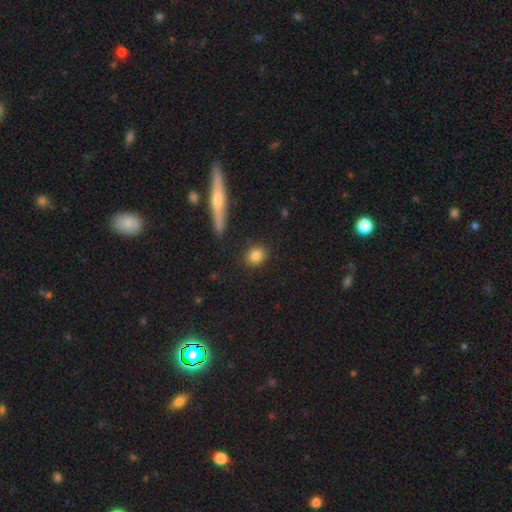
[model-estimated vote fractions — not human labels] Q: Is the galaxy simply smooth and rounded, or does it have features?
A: smooth — 84%.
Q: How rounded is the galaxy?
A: round — 69%.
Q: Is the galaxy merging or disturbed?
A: none — 89%.